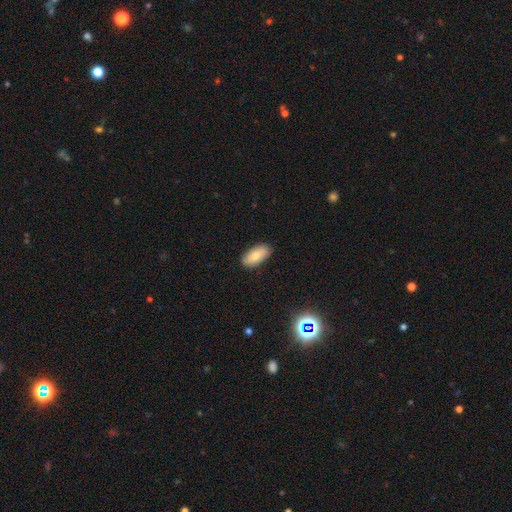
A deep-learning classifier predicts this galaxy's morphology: Smooth or featured? smooth (77%)
How rounded? in between (91%)
Merging? none (88%)